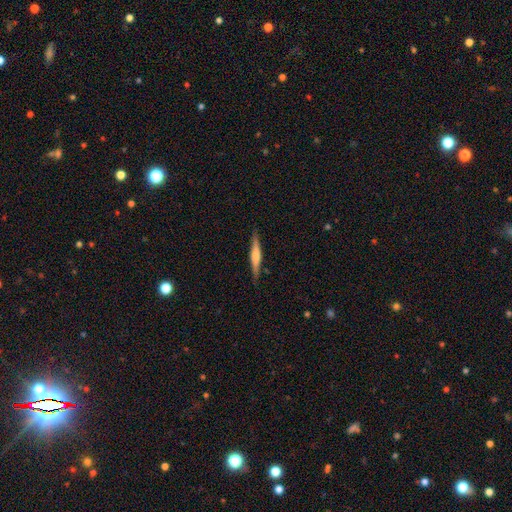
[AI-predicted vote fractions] smooth-or-featured: featured or disk: 55% | smooth: 39% | star or artifact: 6%
  disk-edge-on: yes: 97% | no: 3%
    edge-on-bulge: rounded: 61% | boxy: 22% | none: 17%
  merging: none: 89% | minor disturbance: 8% | major disturbance: 2% | merger: 1%